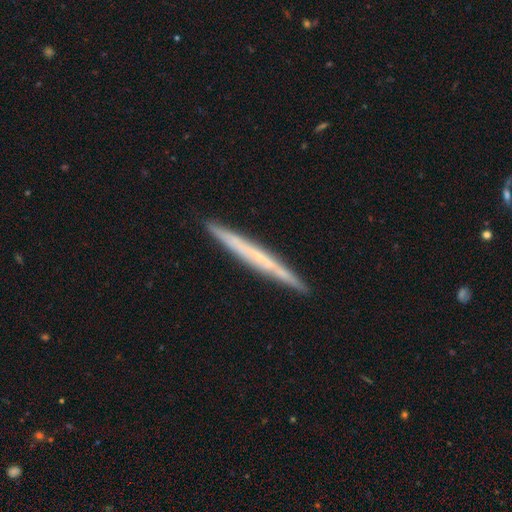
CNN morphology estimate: Smooth or featured? featured or disk (58%)
Edge-on disk? yes (96%)
Edge-on bulge? none (81%)
Merging? none (91%)